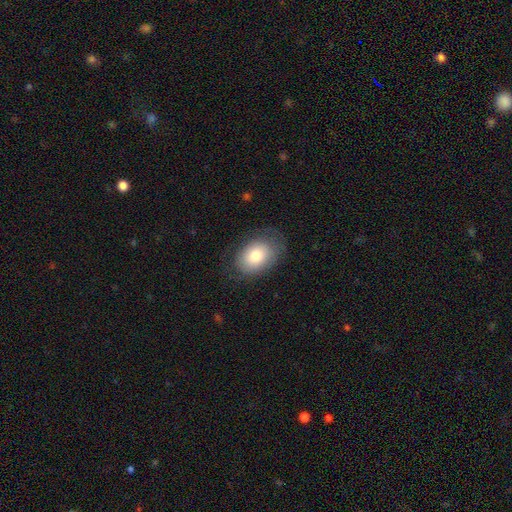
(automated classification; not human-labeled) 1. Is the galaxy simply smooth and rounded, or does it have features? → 77% smooth, 15% featured or disk, 8% star or artifact.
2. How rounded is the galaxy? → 79% in between, 20% round, 1% cigar-shaped.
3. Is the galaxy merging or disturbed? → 73% none, 19% minor disturbance, 7% major disturbance, 1% merger.